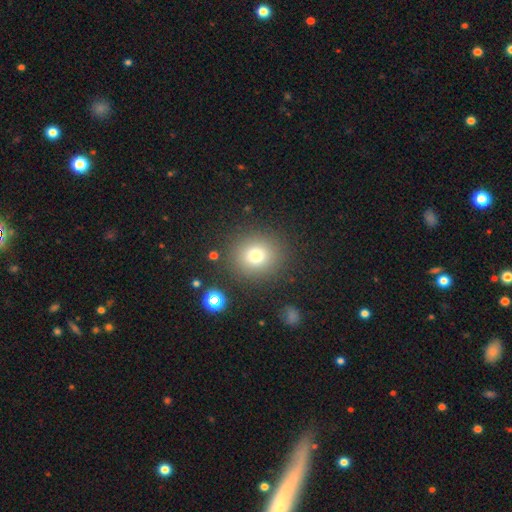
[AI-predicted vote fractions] Smooth or featured: smooth — 76% (star or artifact — 15%)
How rounded: round — 86% (in between — 13%)
Merging: none — 86% (minor disturbance — 7%)